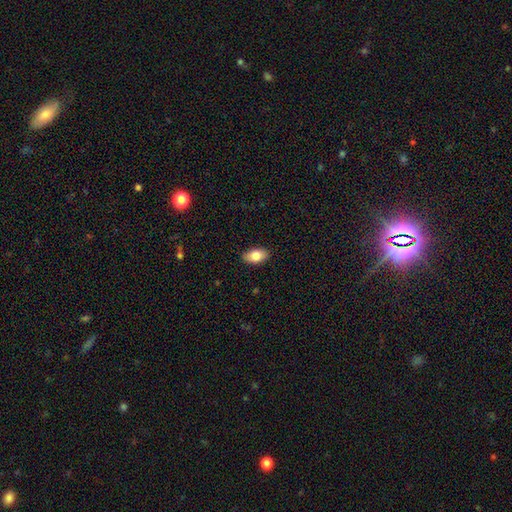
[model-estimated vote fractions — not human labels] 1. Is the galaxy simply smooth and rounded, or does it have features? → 80% smooth, 13% featured or disk, 7% star or artifact.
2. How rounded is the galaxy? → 92% in between, 5% round, 3% cigar-shaped.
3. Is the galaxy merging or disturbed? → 88% none, 9% minor disturbance, 2% major disturbance, 1% merger.